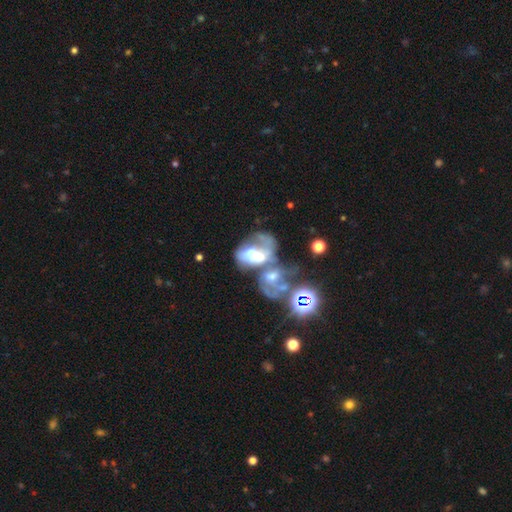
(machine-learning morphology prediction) Smooth or featured? Predicted: featured or disk (p=0.63). Edge-on disk? Predicted: no (p=0.97). Bar? Predicted: no (p=0.68). Spiral arms? Predicted: no (p=0.53). Bulge size? Predicted: moderate (p=0.52). Merging? Predicted: merger (p=0.70).